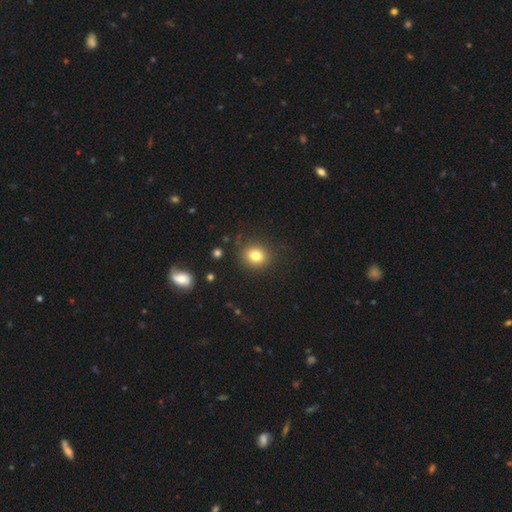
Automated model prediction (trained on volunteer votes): Smooth or featured: smooth — 79% (star or artifact — 13%)
How rounded: round — 77% (in between — 22%)
Merging: none — 86% (minor disturbance — 9%)